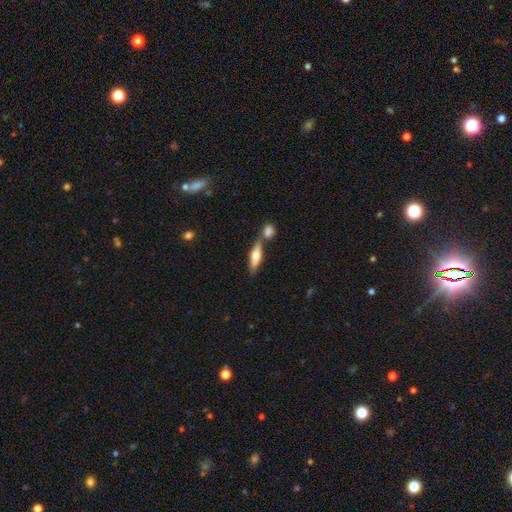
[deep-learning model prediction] Q: Smooth or featured?
A: smooth (52%); runner-up: featured or disk (41%)
Q: How rounded?
A: cigar-shaped (53%); runner-up: in between (44%)
Q: Merging?
A: none (55%); runner-up: merger (30%)